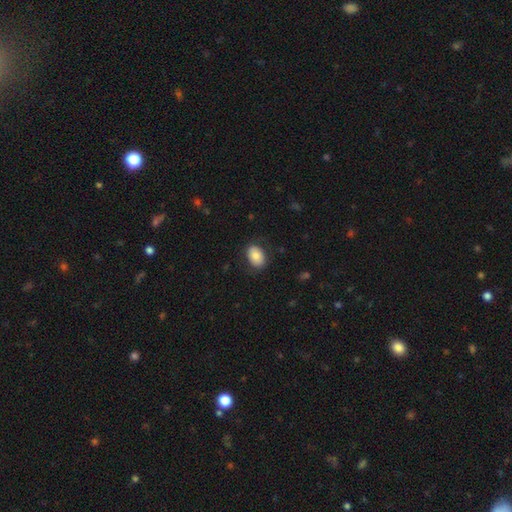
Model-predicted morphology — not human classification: A smooth galaxy with no disk features (81%) that is in between round and cigar-shaped (81%).

Vote fractions:
- Smooth or featured? smooth: 81% / featured or disk: 12% / star or artifact: 7%
- How rounded? in between: 81% / round: 18% / cigar-shaped: 1%
- Merging? none: 81% / minor disturbance: 13% / major disturbance: 5% / merger: 1%